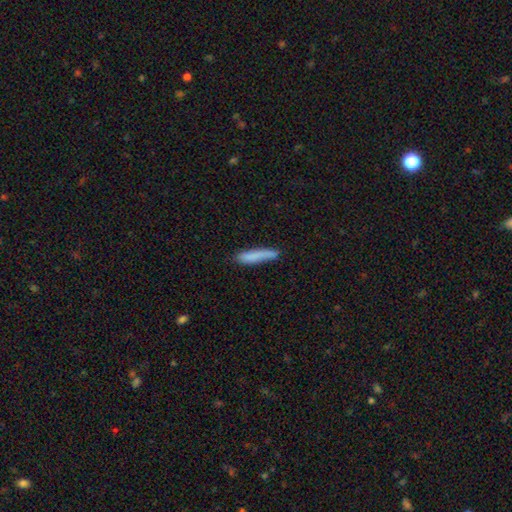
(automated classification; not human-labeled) smooth 81%, featured or disk 12%, star or artifact 6%. Down the decision tree: how rounded — cigar-shaped (90%); merging — none (79%).